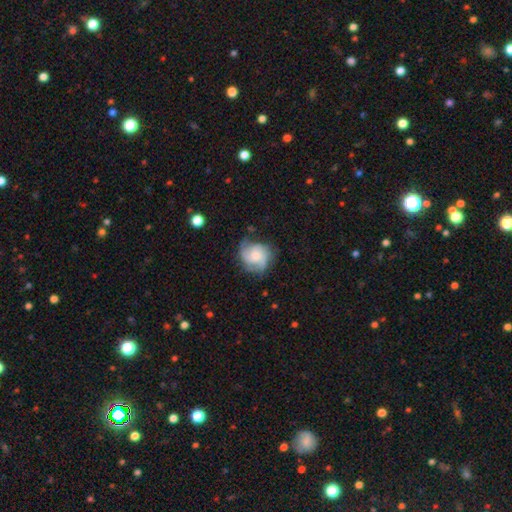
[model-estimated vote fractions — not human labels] The model was most divided on "spiral winding": medium: 44%, tight: 41%, loose: 15%. Remaining: edge-on disk — no (98%); spiral arms — yes (95%); smooth or featured — featured or disk (76%); bar — no (71%); merging — none (67%); bulge size — moderate (46%); spiral arm count — 3 (42%).